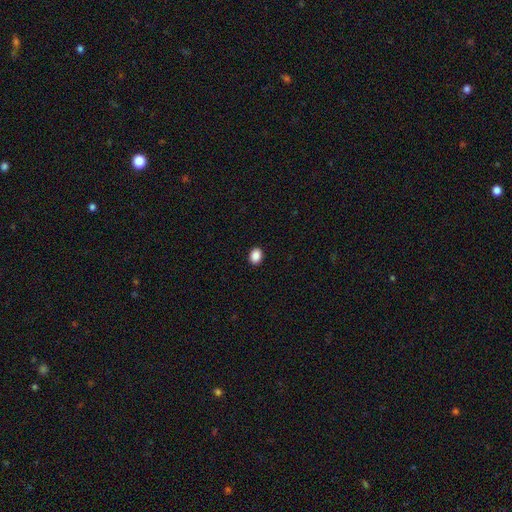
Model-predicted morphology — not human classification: Q: Smooth or featured?
A: smooth (89%); runner-up: star or artifact (9%)
Q: How rounded?
A: in between (62%); runner-up: round (37%)
Q: Merging?
A: none (91%); runner-up: minor disturbance (6%)